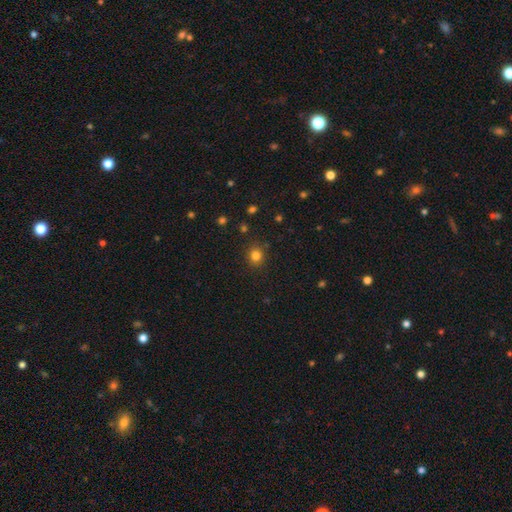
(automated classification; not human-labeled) Smooth or featured: smooth — 82% (star or artifact — 13%)
How rounded: round — 81% (in between — 19%)
Merging: none — 87% (minor disturbance — 8%)